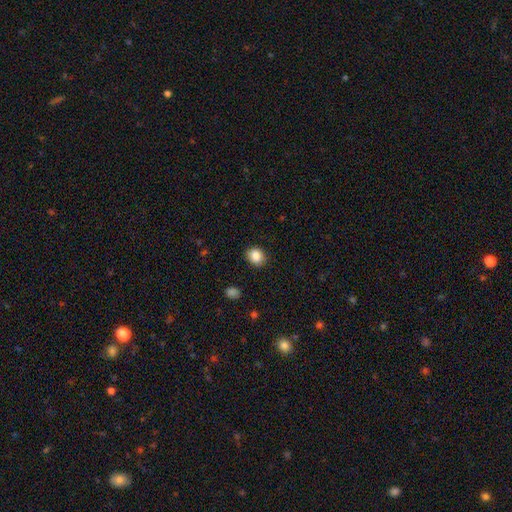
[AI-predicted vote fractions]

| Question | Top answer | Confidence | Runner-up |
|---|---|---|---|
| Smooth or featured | smooth | 86% | star or artifact (9%) |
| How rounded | round | 64% | in between (35%) |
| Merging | none | 88% | minor disturbance (9%) |